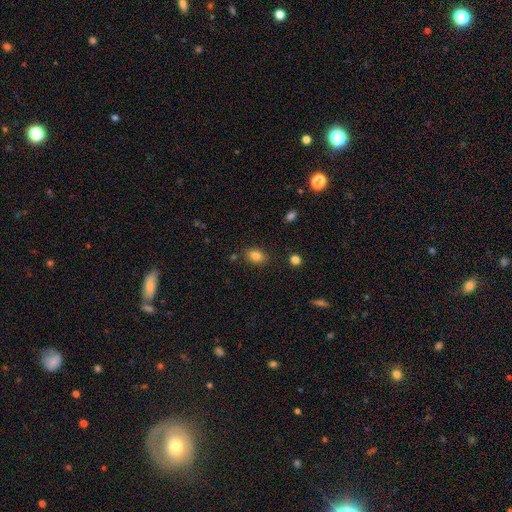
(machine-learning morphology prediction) Smooth or featured? Predicted: smooth (p=0.83). How rounded? Predicted: in between (p=0.78). Merging? Predicted: none (p=0.83).